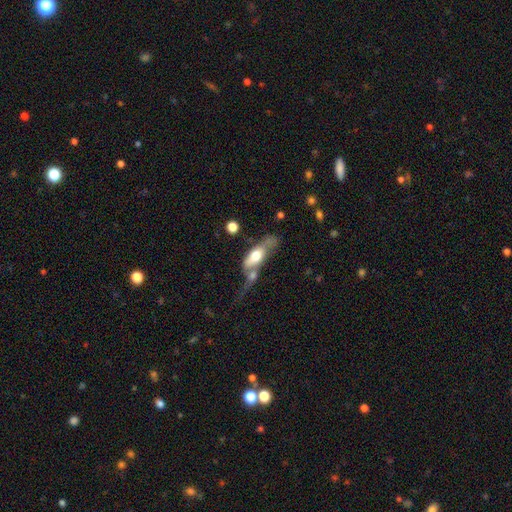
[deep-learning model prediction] Overall: smooth (55%; featured or disk 38%). How rounded: in between (73%). Merging: merger (41%; major disturbance 23%).